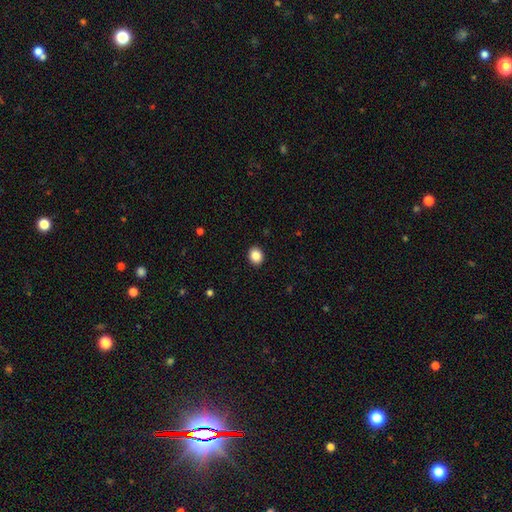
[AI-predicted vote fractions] smooth_or_featured: smooth (p=0.86) [alt: star or artifact p=0.09]
how_rounded: round (p=0.57) [alt: in between p=0.42]
merging: none (p=0.92) [alt: minor disturbance p=0.06]